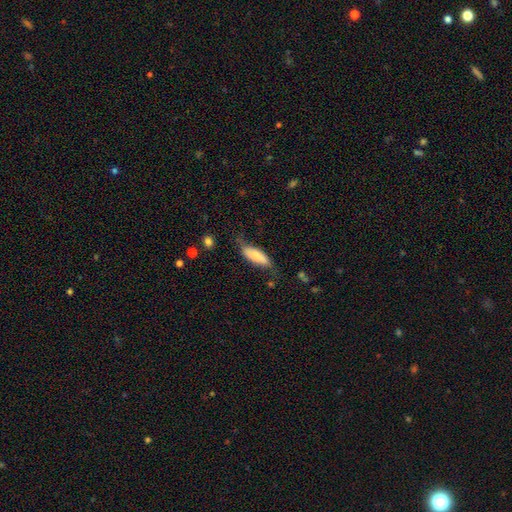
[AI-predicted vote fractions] Smooth or featured? smooth (63%)
How rounded? in between (72%)
Merging? none (55%)